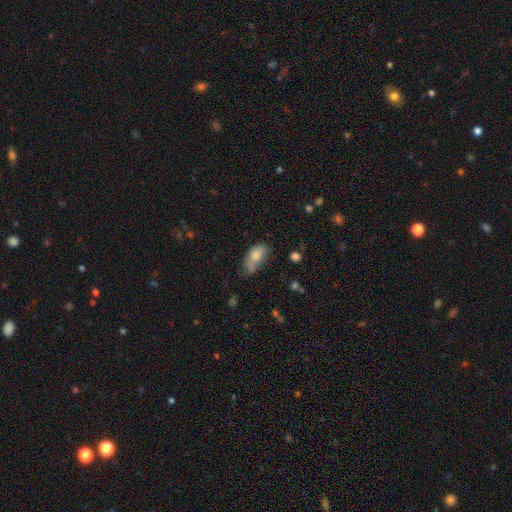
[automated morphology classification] A smooth galaxy with no disk features (76%) that is in between round and cigar-shaped (89%). Merging: minor disturbance (35%).